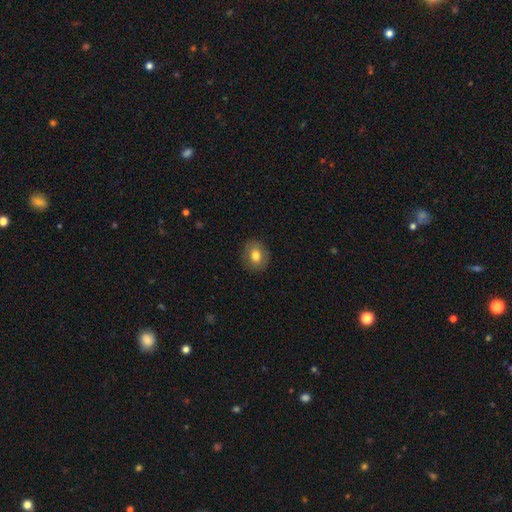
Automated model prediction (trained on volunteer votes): Overall: smooth (72%). How rounded: round (68%; in between 31%). Merging: none (88%).